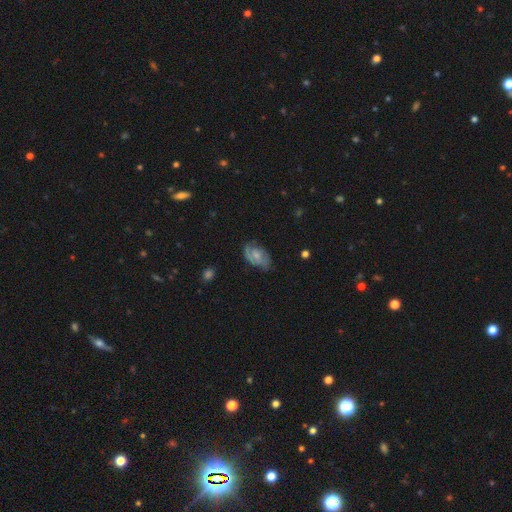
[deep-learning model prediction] This appears to be a featured or disk galaxy (61%) with no bar (57%), spiral arms (85%) and a small central bulge (46%). Merging: none (61%).